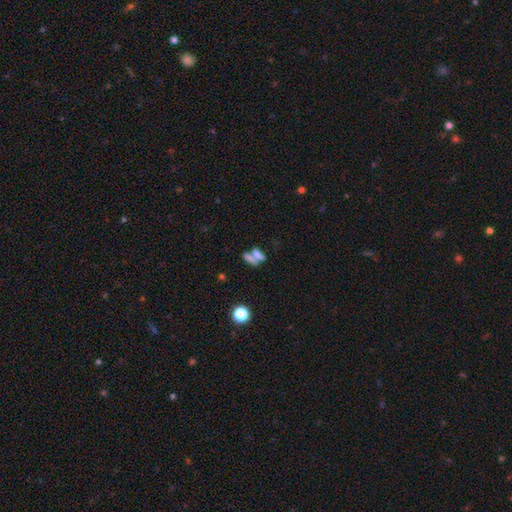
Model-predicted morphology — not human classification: Q: Smooth or featured?
A: smooth (57%); runner-up: featured or disk (27%)
Q: How rounded?
A: in between (58%); runner-up: cigar-shaped (21%)
Q: Merging?
A: merger (52%); runner-up: none (30%)